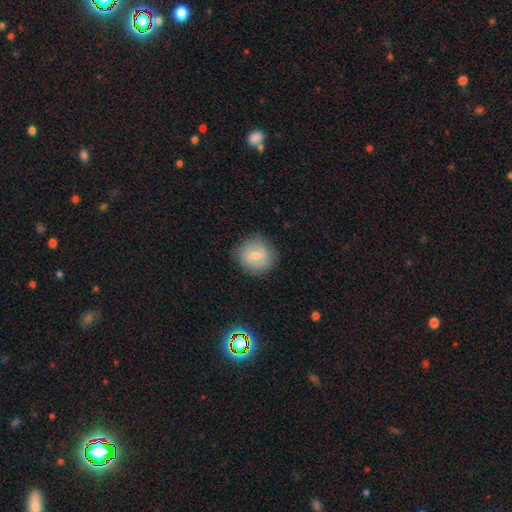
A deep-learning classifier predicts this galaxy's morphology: This is possibly a featured or disk galaxy (53%). It is clearly not viewed edge-on (97%). Bar: likely weak (61%). Spiral arm pattern: clearly yes (81%). Central bulge: possibly small (49%). Merging: clearly none (82%).